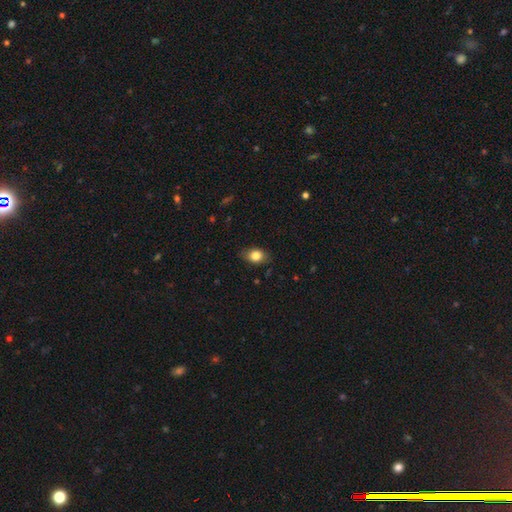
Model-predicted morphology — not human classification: Q: Smooth or featured?
A: smooth (81%); runner-up: featured or disk (11%)
Q: How rounded?
A: in between (73%); runner-up: round (25%)
Q: Merging?
A: none (77%); runner-up: minor disturbance (18%)